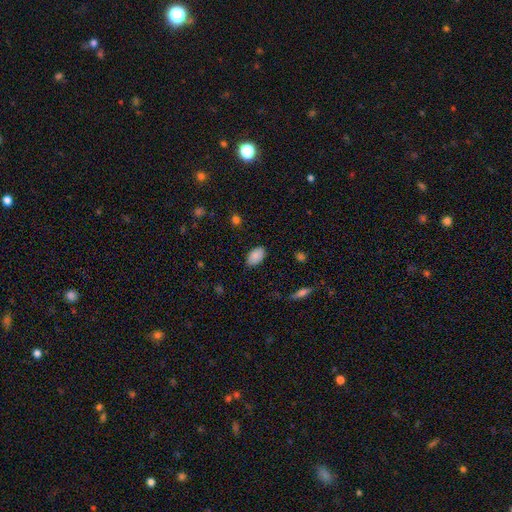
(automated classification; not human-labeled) Smooth or featured? smooth (86%)
How rounded? in between (93%)
Merging? none (84%)